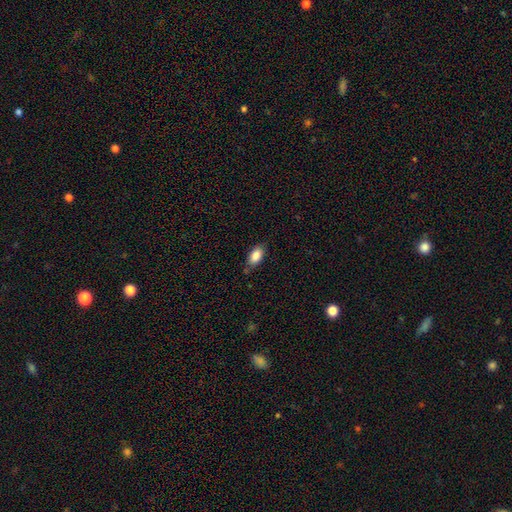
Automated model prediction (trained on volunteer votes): Q: Smooth or featured?
A: smooth (86%); runner-up: star or artifact (7%)
Q: How rounded?
A: in between (91%); runner-up: cigar-shaped (5%)
Q: Merging?
A: none (78%); runner-up: minor disturbance (16%)